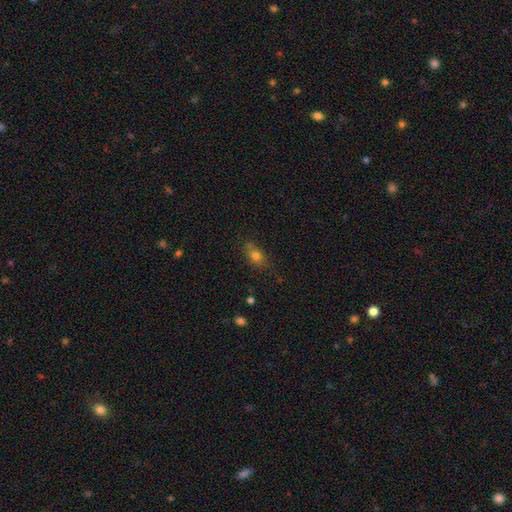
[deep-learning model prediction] Morphology: type=smooth (74%); roundness=in between (71%); merging=none (68%).